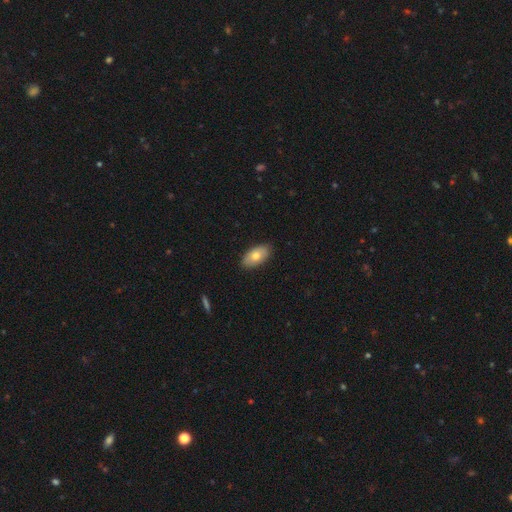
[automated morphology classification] smooth 75%, featured or disk 19%, star or artifact 6%. Down the decision tree: how rounded — in between (94%); merging — none (88%).